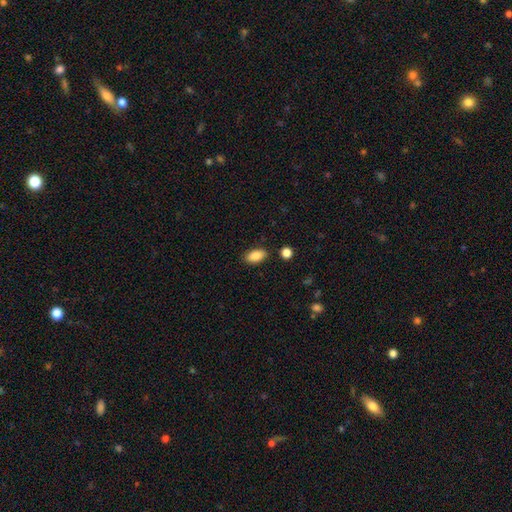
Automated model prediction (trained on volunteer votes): Smooth or featured: smooth — 87% (star or artifact — 7%)
How rounded: in between — 92% (cigar-shaped — 4%)
Merging: none — 86% (minor disturbance — 9%)